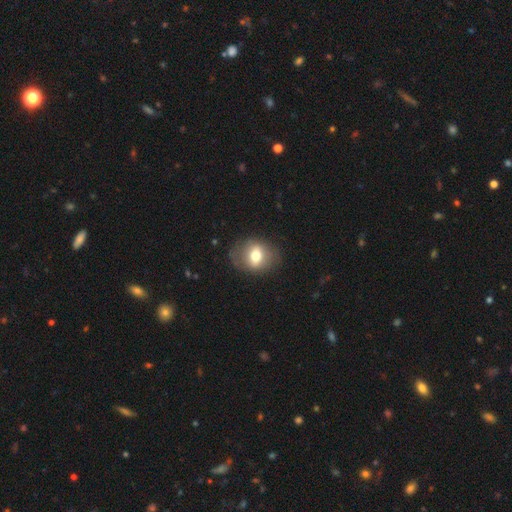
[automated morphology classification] A smooth galaxy with no disk features (60%) that is in between round and cigar-shaped (56%). Merging: none (79%).